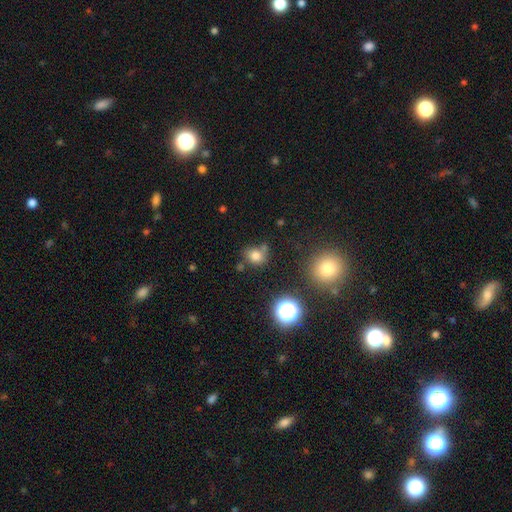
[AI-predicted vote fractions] Q: Smooth or featured?
A: smooth (75%); runner-up: star or artifact (17%)
Q: How rounded?
A: round (65%); runner-up: in between (34%)
Q: Merging?
A: none (60%); runner-up: minor disturbance (20%)